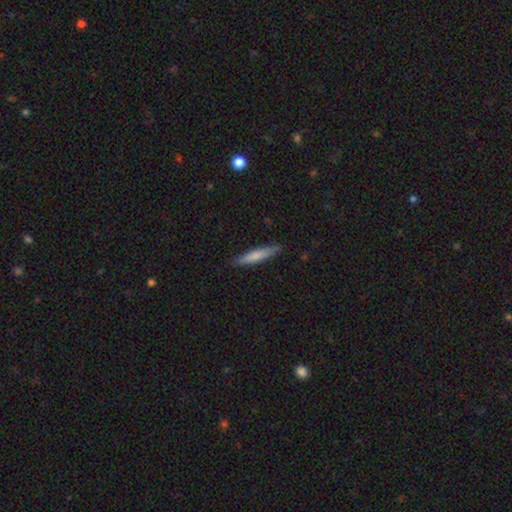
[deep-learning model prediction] This appears to be a smooth galaxy with no disk features (74%) that is cigar-shaped (92%). Merging: none (88%).